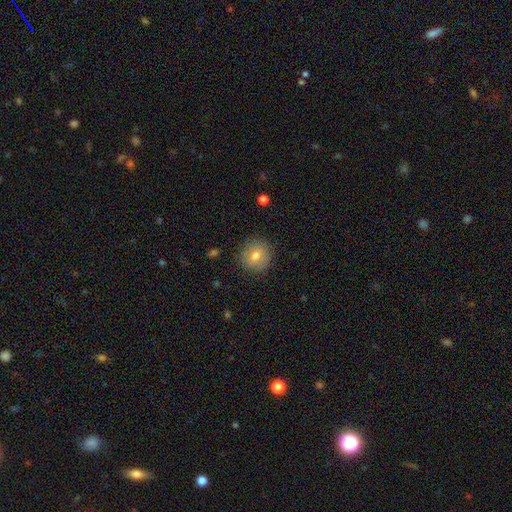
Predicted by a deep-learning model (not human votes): Overall: smooth (76%). How rounded: round (90%). Merging: none (87%).